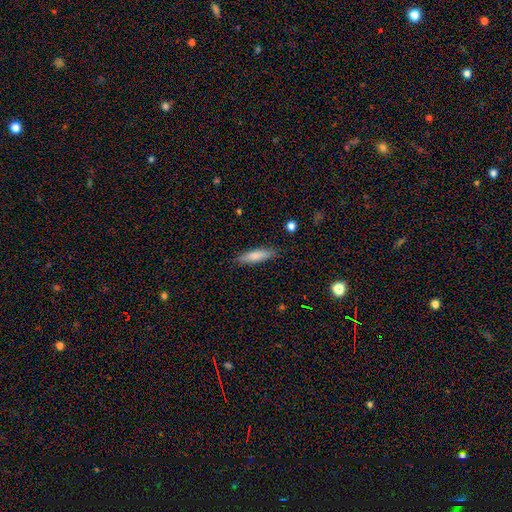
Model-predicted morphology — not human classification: A smooth galaxy with no disk features (80%) that is cigar-shaped (71%). Merging: none (87%).